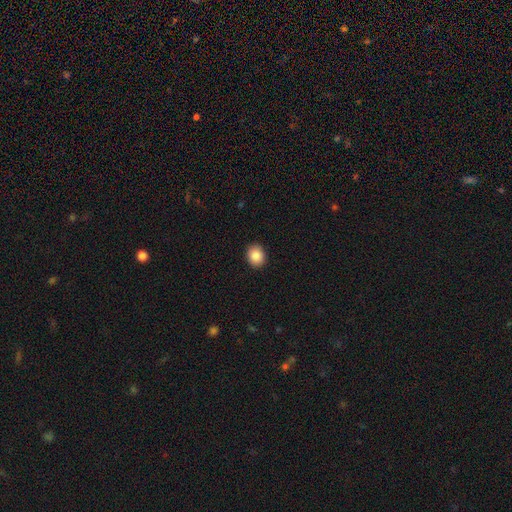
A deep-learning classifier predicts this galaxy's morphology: smooth 88%, star or artifact 8%, featured or disk 4%. Down the decision tree: how rounded — round (59%); merging — none (91%).